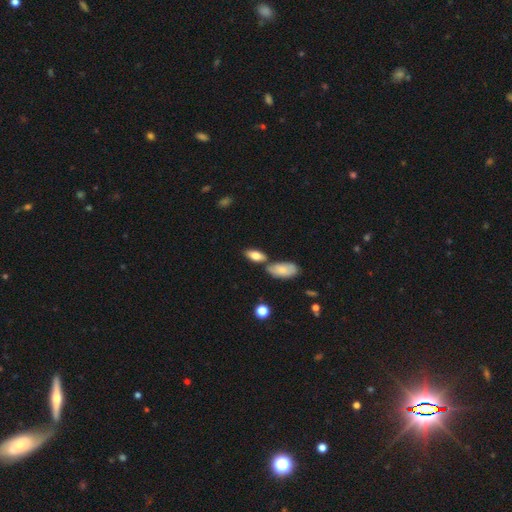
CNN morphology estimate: A smooth galaxy with no disk features (75%) that is in between round and cigar-shaped (83%).

Vote fractions:
- Smooth or featured? smooth: 75% / featured or disk: 18% / star or artifact: 7%
- How rounded? in between: 83% / cigar-shaped: 14% / round: 3%
- Merging? none: 60% / merger: 23% / minor disturbance: 13% / major disturbance: 4%